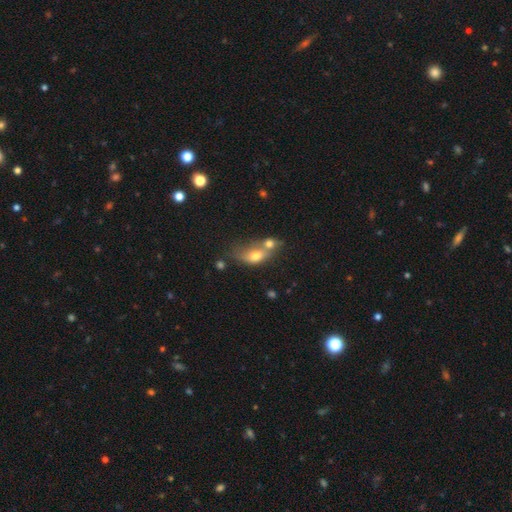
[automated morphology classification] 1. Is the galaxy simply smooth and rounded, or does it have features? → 70% smooth, 20% featured or disk, 10% star or artifact.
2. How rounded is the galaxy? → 72% in between, 23% round, 5% cigar-shaped.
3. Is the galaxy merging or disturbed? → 67% merger, 17% none, 9% minor disturbance, 8% major disturbance.